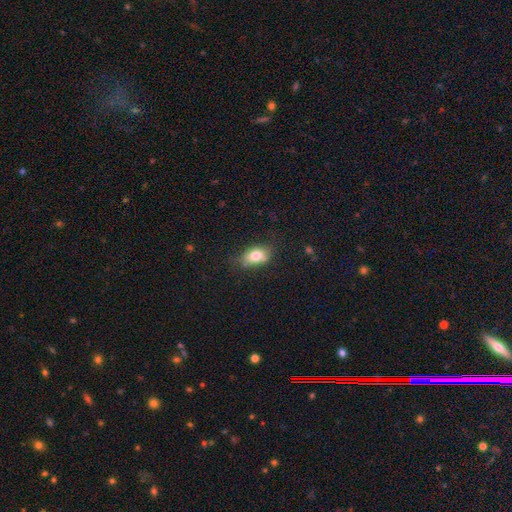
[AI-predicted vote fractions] smooth_or_featured: smooth (p=0.79) [alt: featured or disk p=0.12]
how_rounded: in between (p=0.83) [alt: round p=0.14]
merging: none (p=0.68) [alt: minor disturbance p=0.23]